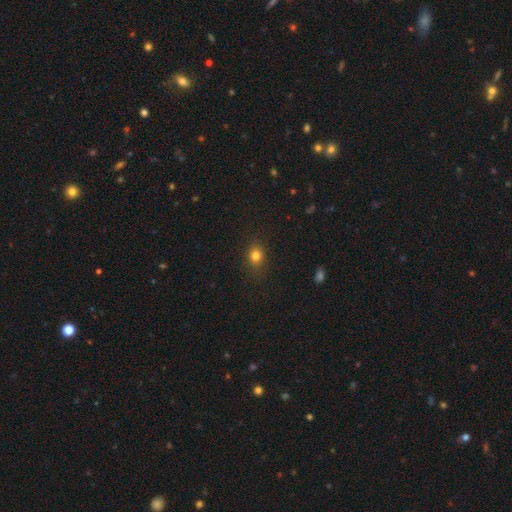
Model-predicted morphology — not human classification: smooth_or_featured: smooth (p=0.81) [alt: star or artifact p=0.13]
how_rounded: round (p=0.57) [alt: in between p=0.41]
merging: none (p=0.84) [alt: minor disturbance p=0.11]